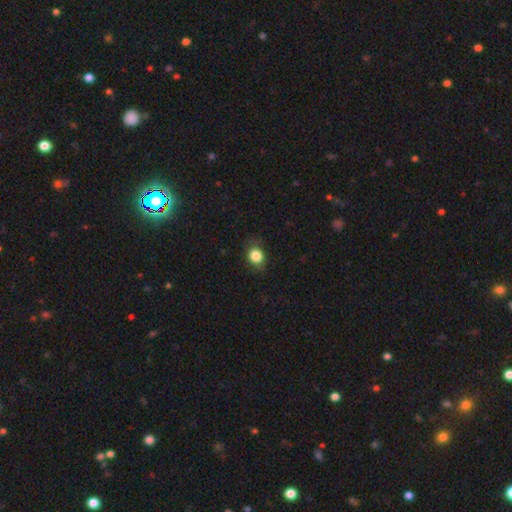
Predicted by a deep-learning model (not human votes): Smooth or featured? Predicted: smooth (p=0.84). How rounded? Predicted: round (p=0.67). Merging? Predicted: none (p=0.79).